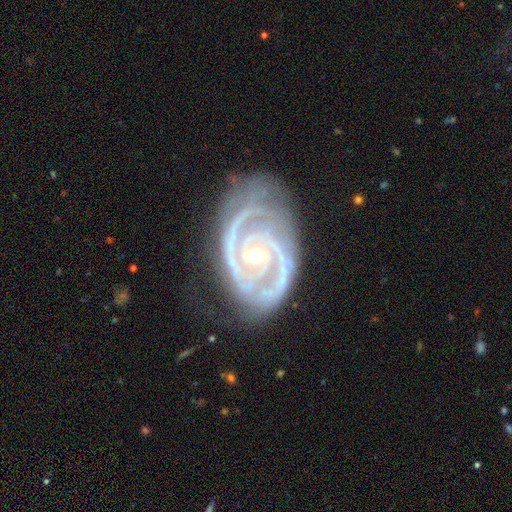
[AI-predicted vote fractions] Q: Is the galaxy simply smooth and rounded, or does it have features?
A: featured or disk — 93%.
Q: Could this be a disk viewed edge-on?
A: no — 97%.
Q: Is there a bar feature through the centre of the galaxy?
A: no — 67%.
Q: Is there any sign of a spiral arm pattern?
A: yes — 97%.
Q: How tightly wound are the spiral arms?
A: tight — 71%.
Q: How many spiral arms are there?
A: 2 — 48%.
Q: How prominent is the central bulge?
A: moderate — 75%.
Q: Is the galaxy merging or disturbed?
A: none — 65%.